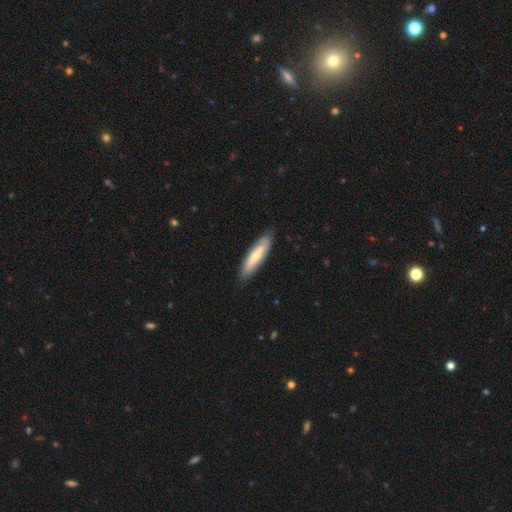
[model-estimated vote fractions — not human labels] Overall: smooth (55%; featured or disk 40%). How rounded: cigar-shaped (71%). Merging: none (84%).